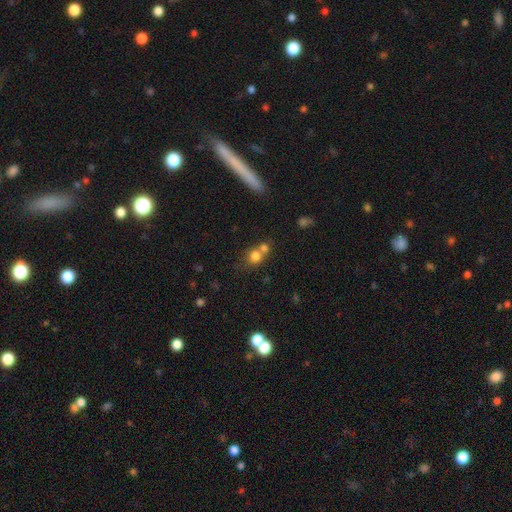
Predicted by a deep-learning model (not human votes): A smooth galaxy with no disk features (76%) that is round (82%).

Vote fractions:
- Smooth or featured? smooth: 76% / star or artifact: 13% / featured or disk: 11%
- How rounded? round: 82% / in between: 17% / cigar-shaped: 1%
- Merging? merger: 48% / none: 41% / minor disturbance: 7% / major disturbance: 3%